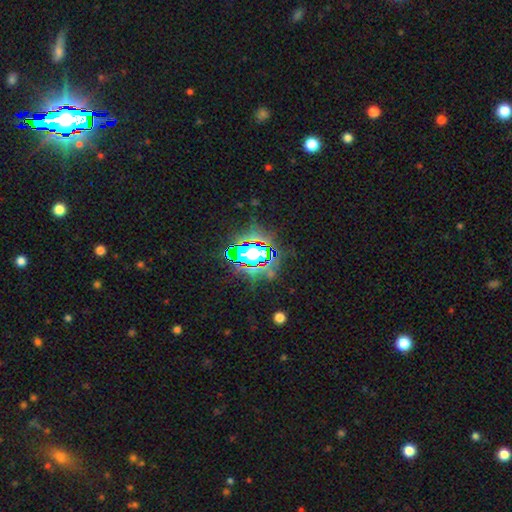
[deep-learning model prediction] Smooth or featured? star or artifact (74%)